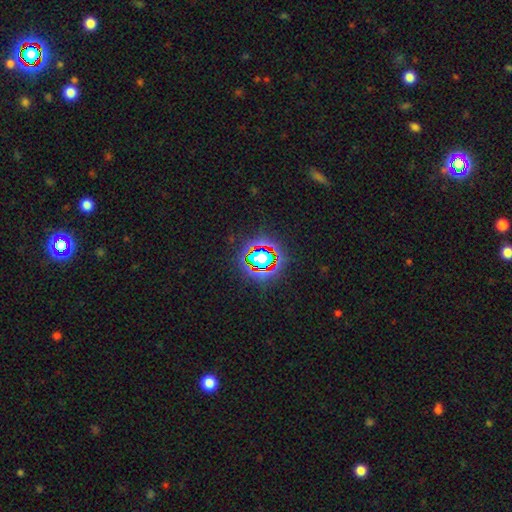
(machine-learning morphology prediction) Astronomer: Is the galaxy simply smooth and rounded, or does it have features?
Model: star or artifact — 74%.